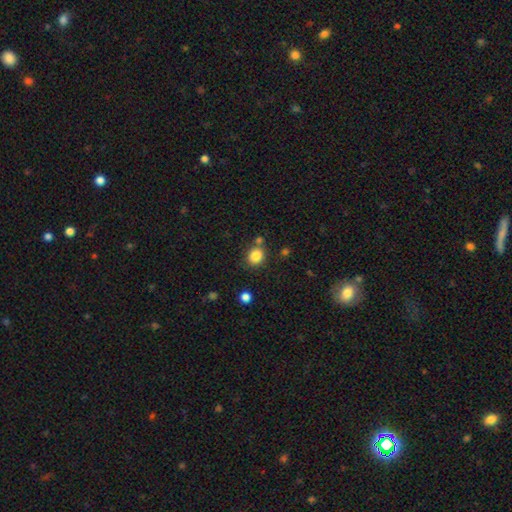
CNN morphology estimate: smooth 85%, star or artifact 11%, featured or disk 5%. Down the decision tree: how rounded — round (71%); merging — none (74%).